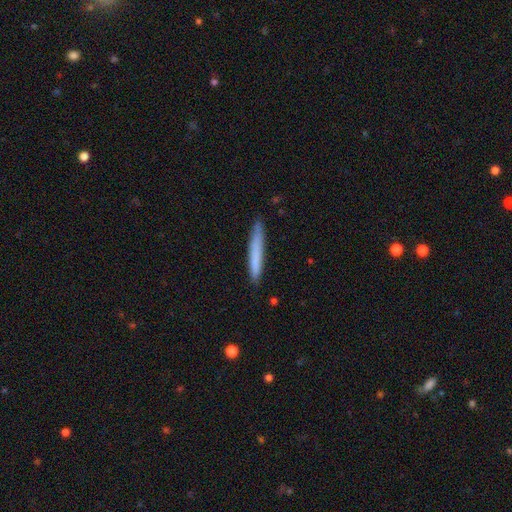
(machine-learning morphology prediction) A smooth galaxy with no disk features (74%) that is cigar-shaped (96%). Merging: none (86%).